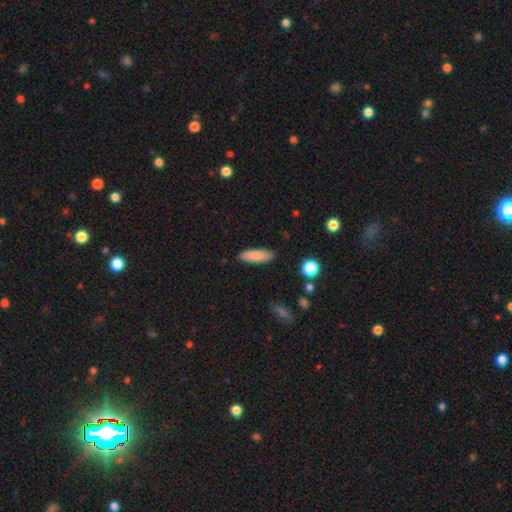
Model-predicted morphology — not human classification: A smooth galaxy with no disk features (85%) that is in between round and cigar-shaped (56%).

Vote fractions:
- Smooth or featured? smooth: 85% / featured or disk: 8% / star or artifact: 7%
- How rounded? in between: 56% / cigar-shaped: 42% / round: 2%
- Merging? none: 88% / minor disturbance: 9% / major disturbance: 2% / merger: 1%